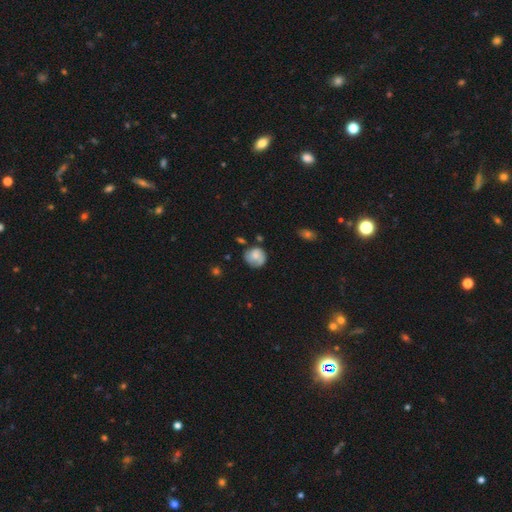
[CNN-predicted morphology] type=smooth (66%); roundness=round (82%); merging=none (59%).